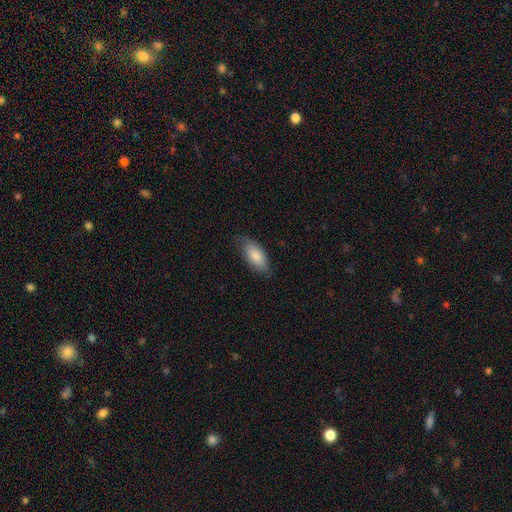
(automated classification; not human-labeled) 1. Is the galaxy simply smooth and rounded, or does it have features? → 83% smooth, 11% featured or disk, 6% star or artifact.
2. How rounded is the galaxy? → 88% in between, 10% cigar-shaped, 2% round.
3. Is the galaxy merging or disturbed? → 76% none, 19% minor disturbance, 3% major disturbance, 1% merger.